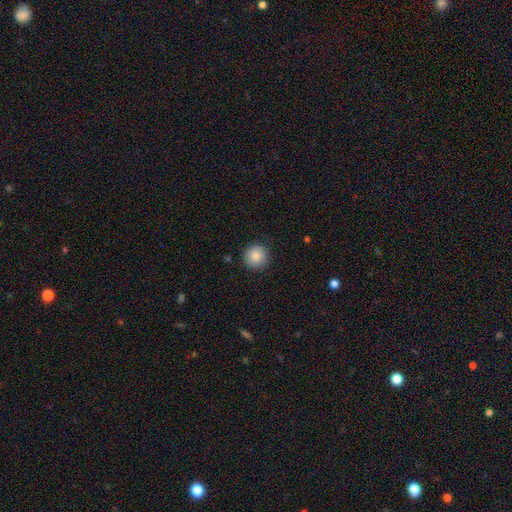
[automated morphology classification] This is clearly a smooth galaxy (86%). How rounded: clearly round (95%). Merging: clearly none (90%).